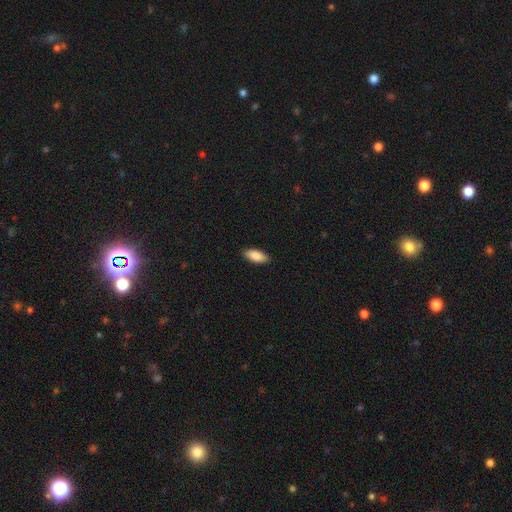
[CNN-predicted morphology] A smooth galaxy with no disk features (87%) that is in between round and cigar-shaped (84%).

Vote fractions:
- Smooth or featured? smooth: 87% / featured or disk: 7% / star or artifact: 6%
- How rounded? in between: 84% / cigar-shaped: 14% / round: 2%
- Merging? none: 88% / minor disturbance: 9% / major disturbance: 2% / merger: 1%